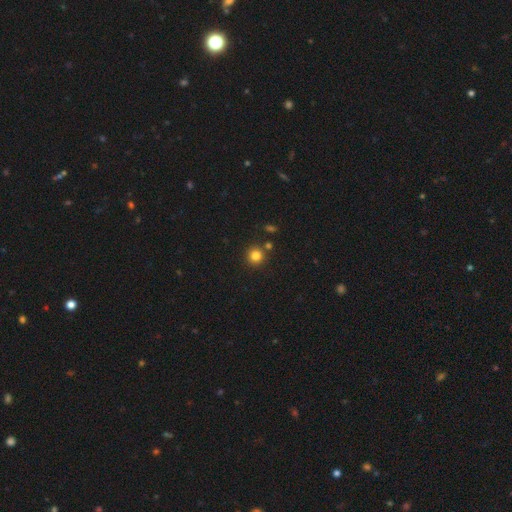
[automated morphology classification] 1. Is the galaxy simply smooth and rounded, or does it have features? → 81% smooth, 13% star or artifact, 6% featured or disk.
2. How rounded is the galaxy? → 92% round, 7% in between, 1% cigar-shaped.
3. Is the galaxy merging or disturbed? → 83% none, 8% minor disturbance, 7% merger, 2% major disturbance.